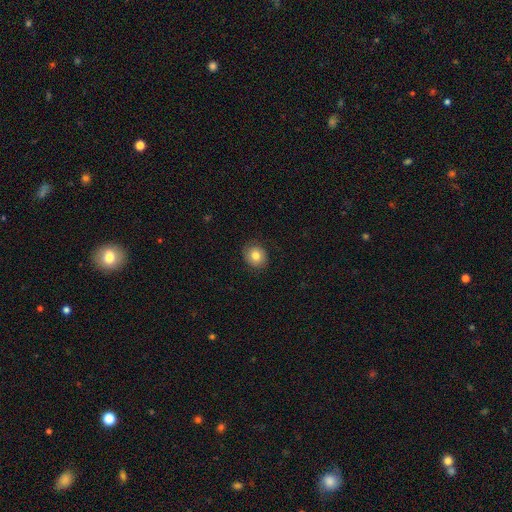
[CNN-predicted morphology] A smooth galaxy with no disk features (78%) that is round (80%). Merging: none (84%).